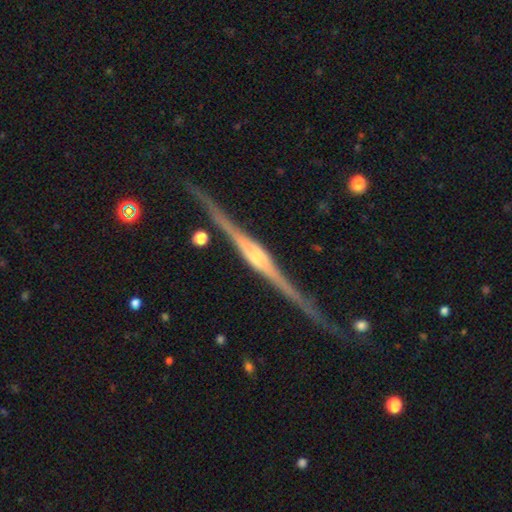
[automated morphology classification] Smooth or featured?
  - featured or disk: 90% *
  - smooth: 6%
  - star or artifact: 4%
Edge-on disk?
  - yes: 98% *
  - no: 2%
Edge-on bulge?
  - rounded: 80% *
  - boxy: 14%
  - none: 6%
Merging?
  - none: 83% *
  - minor disturbance: 12%
  - major disturbance: 3%
  - merger: 2%